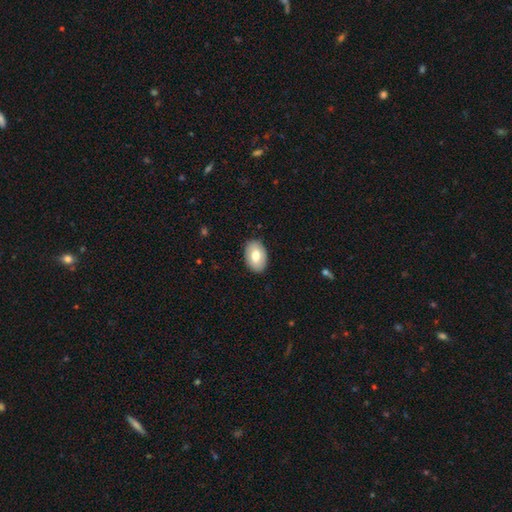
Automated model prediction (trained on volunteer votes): This is likely a smooth galaxy (71%). How rounded: clearly in between (88%). Merging: clearly none (87%).